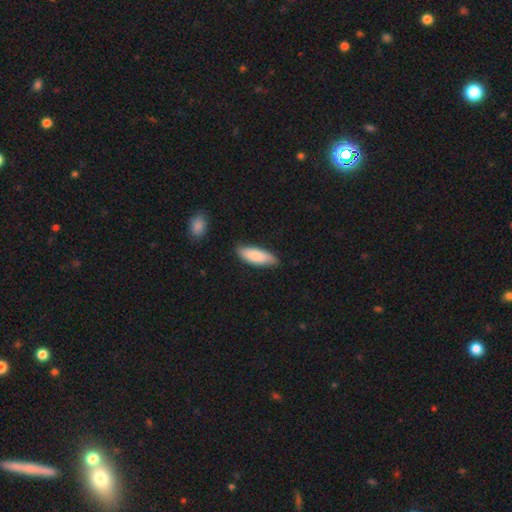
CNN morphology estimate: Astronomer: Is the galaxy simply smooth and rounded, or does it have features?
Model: smooth — 80%.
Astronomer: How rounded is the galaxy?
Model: in between — 67%.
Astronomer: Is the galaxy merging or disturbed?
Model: none — 77%.